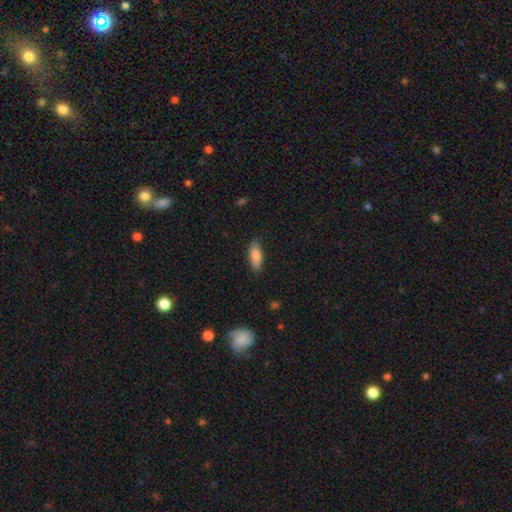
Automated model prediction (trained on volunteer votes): A smooth galaxy with no disk features (82%) that is in between round and cigar-shaped (64%).

Vote fractions:
- Smooth or featured? smooth: 82% / featured or disk: 12% / star or artifact: 6%
- How rounded? in between: 64% / cigar-shaped: 34% / round: 2%
- Merging? none: 85% / minor disturbance: 12% / major disturbance: 2% / merger: 1%